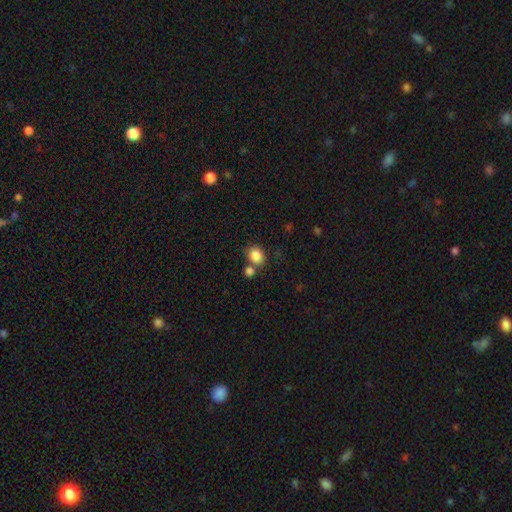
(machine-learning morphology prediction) A smooth galaxy with no disk features (85%) that is round (61%). Merging: none (60%).